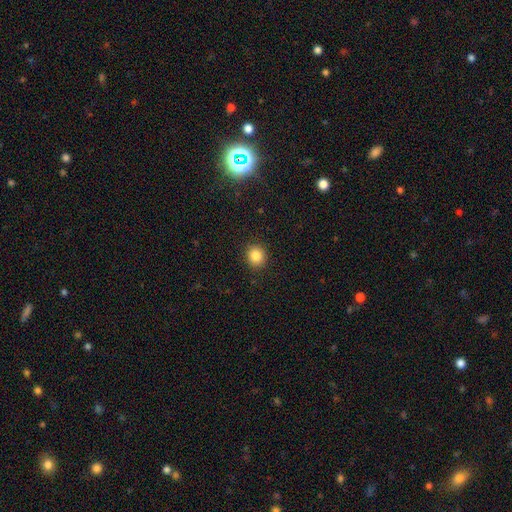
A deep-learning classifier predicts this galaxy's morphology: Smooth or featured: smooth — 85% (star or artifact — 10%)
How rounded: round — 84% (in between — 15%)
Merging: none — 90% (minor disturbance — 6%)